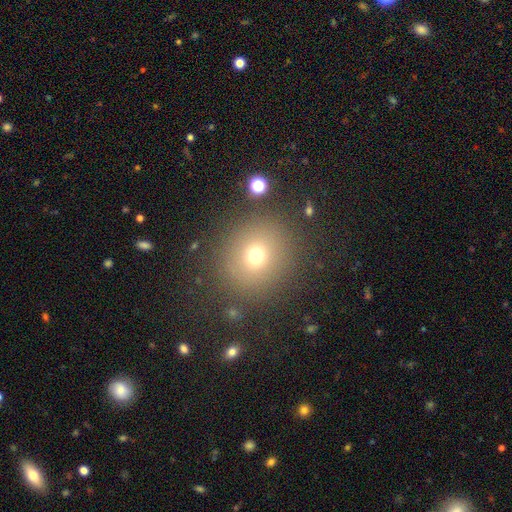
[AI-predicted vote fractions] A smooth galaxy with no disk features (69%) that is round (89%). Merging: none (84%).